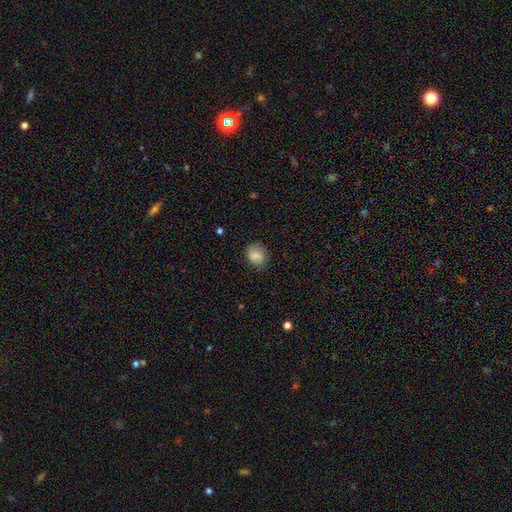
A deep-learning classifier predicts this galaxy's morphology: Q: Smooth or featured?
A: smooth (73%); runner-up: featured or disk (19%)
Q: How rounded?
A: round (62%); runner-up: in between (37%)
Q: Merging?
A: none (79%); runner-up: minor disturbance (16%)